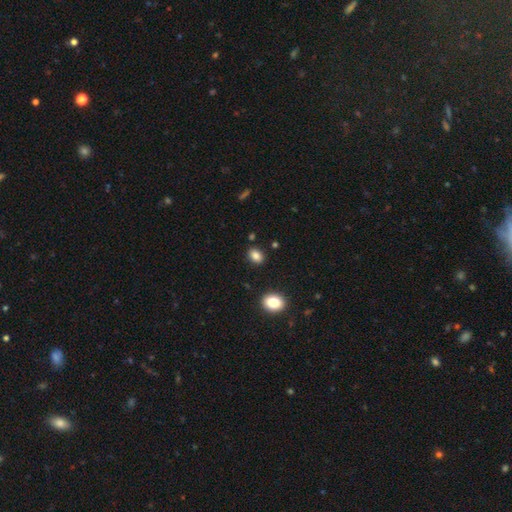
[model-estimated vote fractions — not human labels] This is clearly a smooth galaxy (85%). How rounded: likely in between (68%). Merging: clearly none (86%).